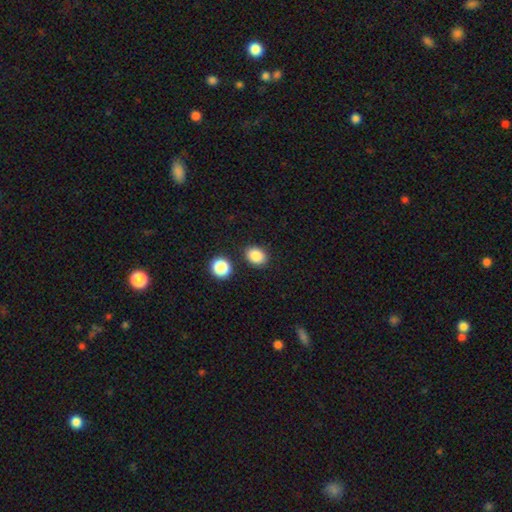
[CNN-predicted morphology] smooth-or-featured: smooth: 86% | star or artifact: 9% | featured or disk: 4%
  how-rounded: in between: 56% | round: 43% | cigar-shaped: 1%
  merging: none: 84% | minor disturbance: 9% | merger: 5% | major disturbance: 3%